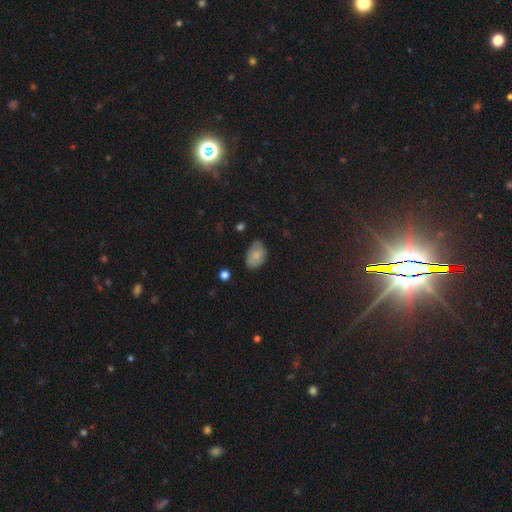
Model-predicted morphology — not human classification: Q: Smooth or featured?
A: smooth (79%); runner-up: featured or disk (12%)
Q: How rounded?
A: in between (84%); runner-up: round (15%)
Q: Merging?
A: none (67%); runner-up: minor disturbance (26%)